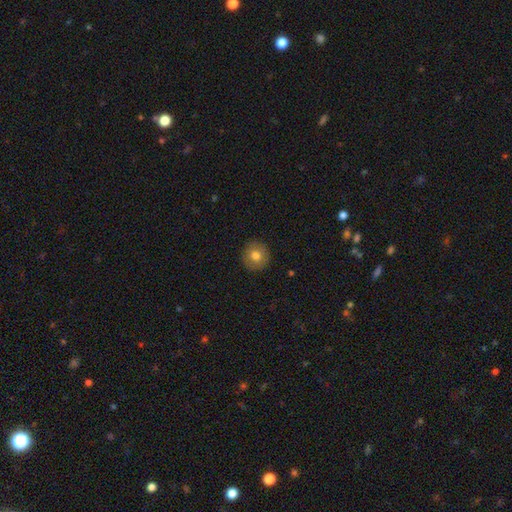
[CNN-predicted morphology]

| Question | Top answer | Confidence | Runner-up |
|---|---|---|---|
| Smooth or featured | smooth | 78% | featured or disk (13%) |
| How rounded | round | 94% | in between (5%) |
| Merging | none | 91% | minor disturbance (6%) |